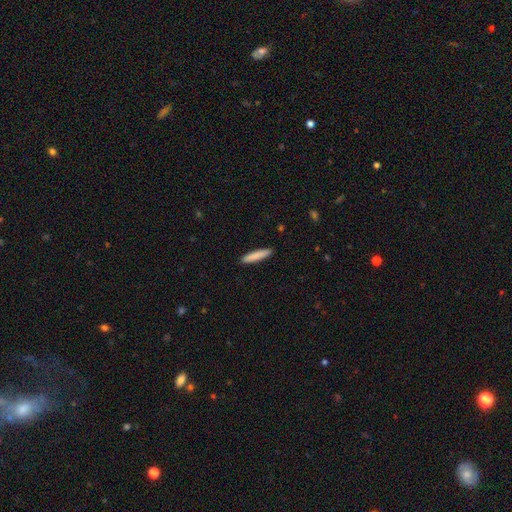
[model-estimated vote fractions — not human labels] smooth 85%, featured or disk 9%, star or artifact 5%. Down the decision tree: how rounded — cigar-shaped (90%); merging — none (92%).